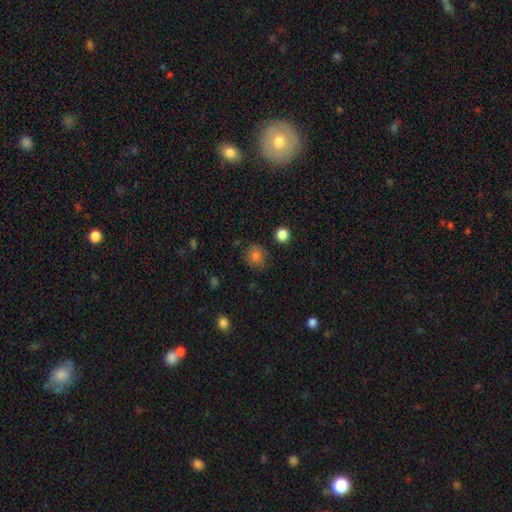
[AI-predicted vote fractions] smooth-or-featured: smooth: 80% | star or artifact: 13% | featured or disk: 8%
  how-rounded: round: 78% | in between: 21% | cigar-shaped: 1%
  merging: none: 80% | minor disturbance: 14% | major disturbance: 4% | merger: 2%